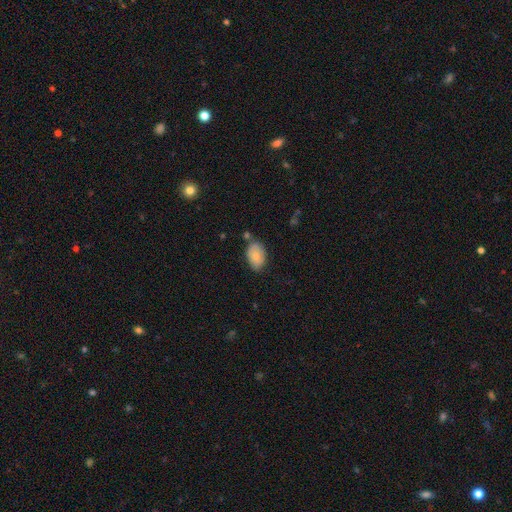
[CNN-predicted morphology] Smooth or featured?
  - smooth: 76% *
  - featured or disk: 17%
  - star or artifact: 7%
How rounded?
  - in between: 87% *
  - round: 12%
  - cigar-shaped: 1%
Merging?
  - none: 62% *
  - minor disturbance: 26%
  - merger: 7%
  - major disturbance: 5%